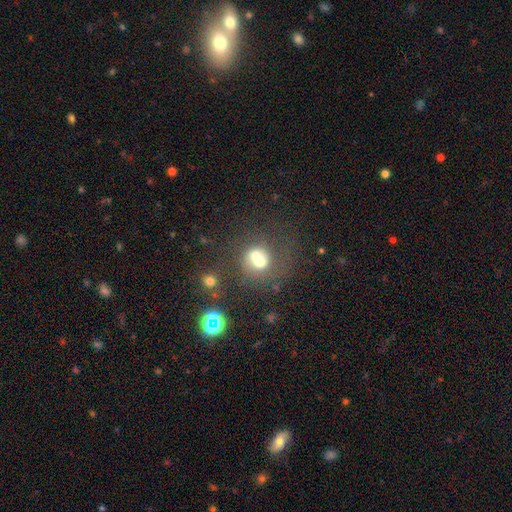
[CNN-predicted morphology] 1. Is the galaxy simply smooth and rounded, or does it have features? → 59% smooth, 28% featured or disk, 14% star or artifact.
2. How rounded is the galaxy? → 76% round, 23% in between, 1% cigar-shaped.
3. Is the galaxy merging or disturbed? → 60% merger, 26% none, 8% minor disturbance, 7% major disturbance.